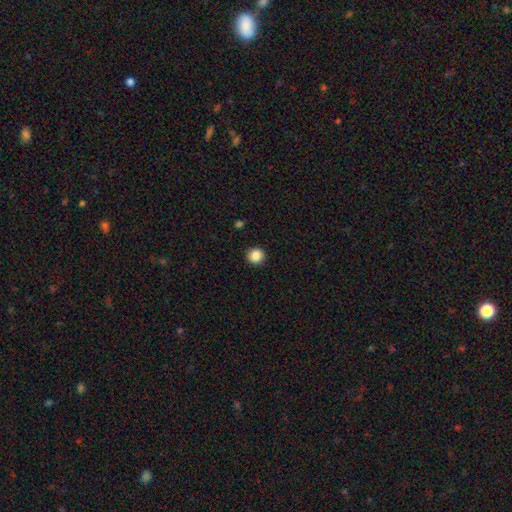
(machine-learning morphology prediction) This is clearly a smooth galaxy (87%). How rounded: clearly round (93%). Merging: clearly none (92%).